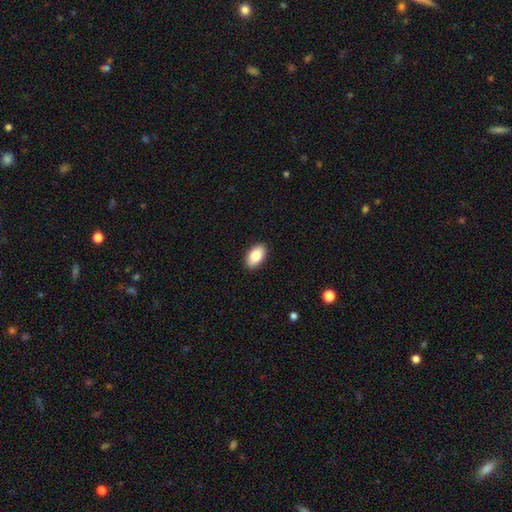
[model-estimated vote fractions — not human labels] A smooth galaxy with no disk features (85%) that is in between round and cigar-shaped (94%).

Vote fractions:
- Smooth or featured? smooth: 85% / featured or disk: 8% / star or artifact: 7%
- How rounded? in between: 94% / round: 4% / cigar-shaped: 2%
- Merging? none: 90% / minor disturbance: 7% / major disturbance: 2% / merger: 1%